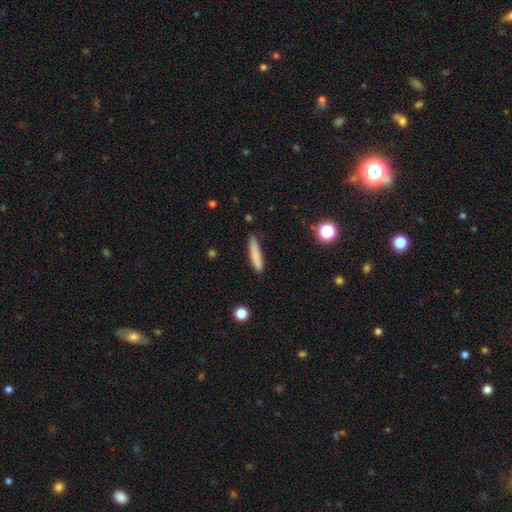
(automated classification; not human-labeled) Morphology: type=smooth (80%); roundness=cigar-shaped (89%); merging=none (82%).